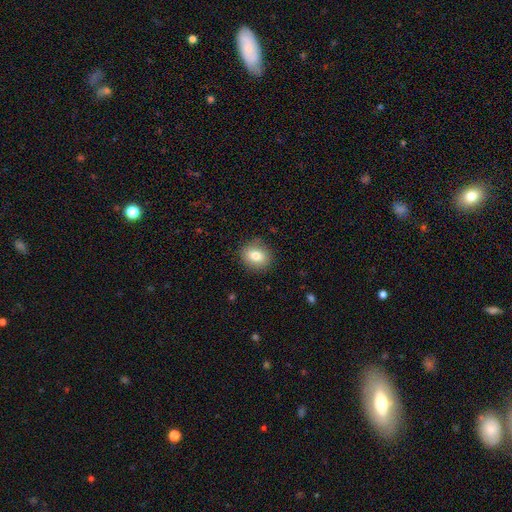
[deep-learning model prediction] Smooth or featured: smooth — 78% (featured or disk — 12%)
How rounded: round — 68% (in between — 31%)
Merging: none — 86% (minor disturbance — 11%)